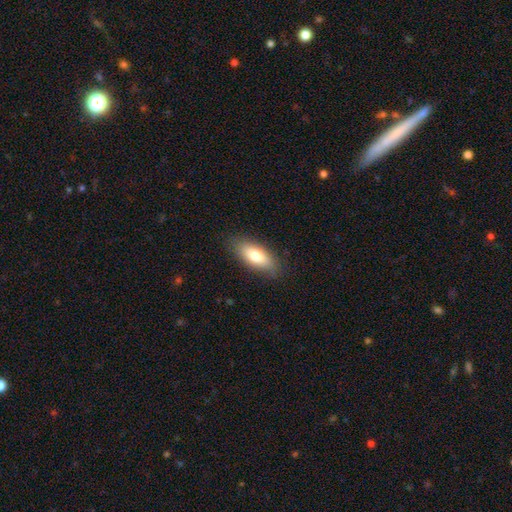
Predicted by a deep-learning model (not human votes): A smooth galaxy with no disk features (78%) that is in between round and cigar-shaped (83%).

Vote fractions:
- Smooth or featured? smooth: 78% / featured or disk: 16% / star or artifact: 7%
- How rounded? in between: 83% / cigar-shaped: 15% / round: 3%
- Merging? none: 84% / minor disturbance: 12% / major disturbance: 3% / merger: 1%